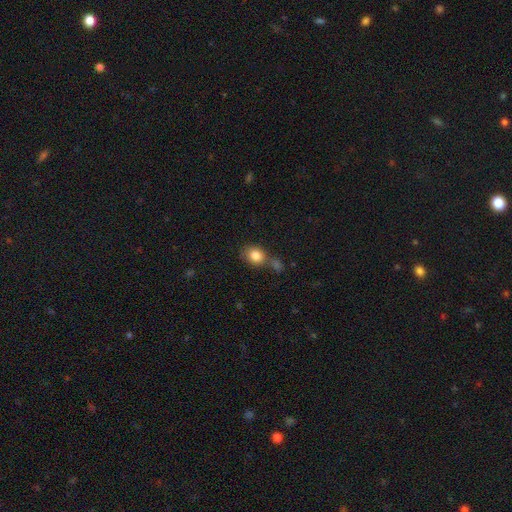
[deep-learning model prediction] Smooth or featured: smooth — 83% (star or artifact — 9%)
How rounded: round — 58% (in between — 41%)
Merging: none — 53% (merger — 26%)